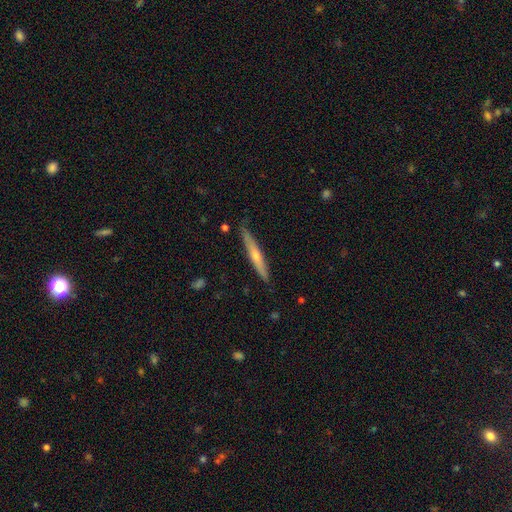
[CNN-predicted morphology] Smooth or featured?
  - featured or disk: 57% *
  - smooth: 37%
  - star or artifact: 6%
Edge-on disk?
  - yes: 95% *
  - no: 5%
Edge-on bulge?
  - rounded: 73% *
  - none: 24%
  - boxy: 3%
Merging?
  - none: 87% *
  - minor disturbance: 10%
  - major disturbance: 2%
  - merger: 1%